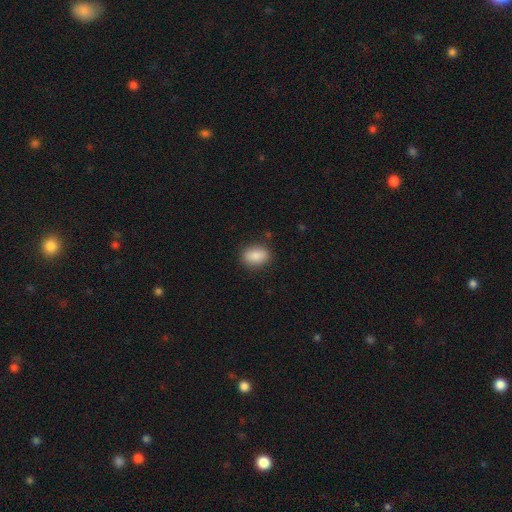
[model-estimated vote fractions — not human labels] Smooth or featured? smooth (87%)
How rounded? in between (81%)
Merging? none (86%)